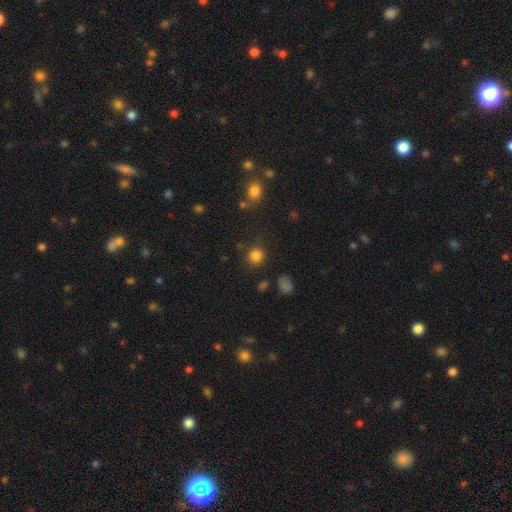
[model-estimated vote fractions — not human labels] Q: Smooth or featured?
A: smooth (83%); runner-up: star or artifact (13%)
Q: How rounded?
A: round (90%); runner-up: in between (9%)
Q: Merging?
A: none (81%); runner-up: minor disturbance (11%)